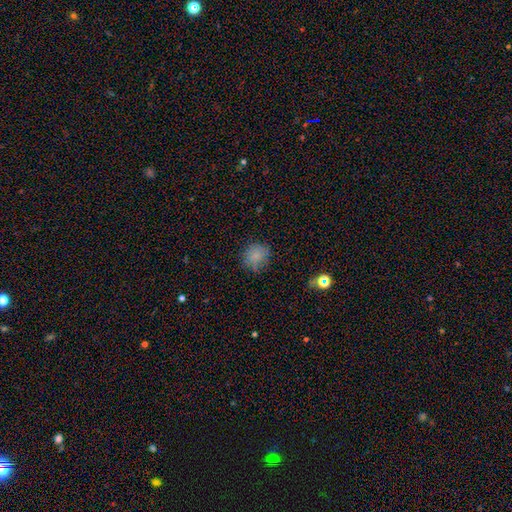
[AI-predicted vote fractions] This appears to be a smooth galaxy with no disk features (79%) that is round (76%). Merging: none (75%).